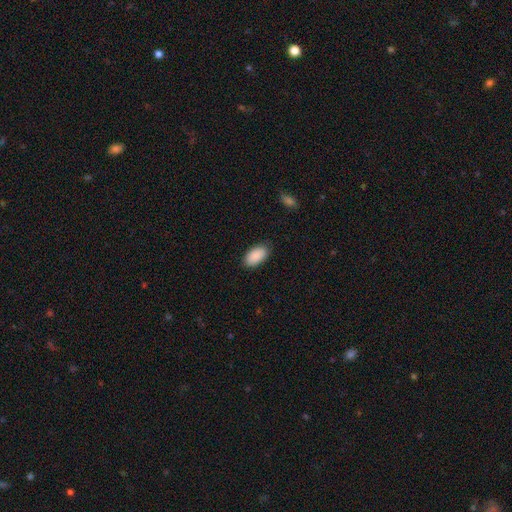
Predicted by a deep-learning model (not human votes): This appears to be a smooth galaxy with no disk features (90%) that is in between round and cigar-shaped (95%). Merging: none (85%).